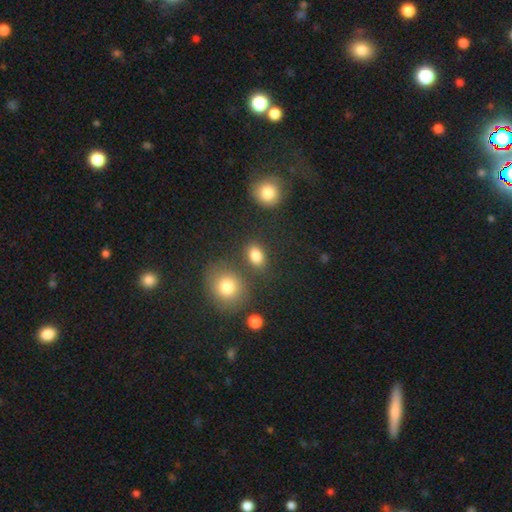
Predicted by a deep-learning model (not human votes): smooth-or-featured: smooth: 84% | star or artifact: 11% | featured or disk: 6%
  how-rounded: in between: 73% | round: 25% | cigar-shaped: 2%
  merging: none: 76% | minor disturbance: 11% | merger: 10% | major disturbance: 4%